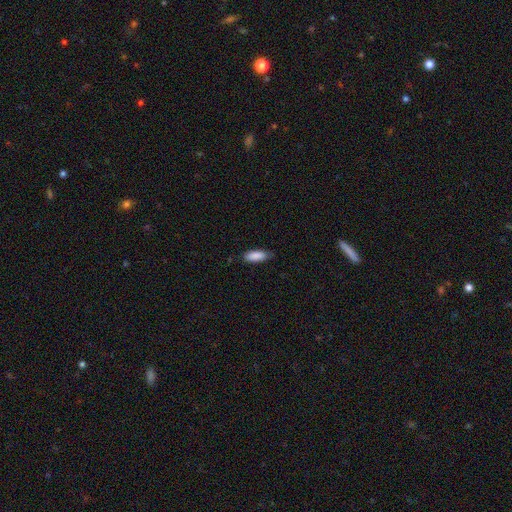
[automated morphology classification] Q: Smooth or featured?
A: smooth (88%); runner-up: star or artifact (6%)
Q: How rounded?
A: in between (71%); runner-up: cigar-shaped (28%)
Q: Merging?
A: none (77%); runner-up: minor disturbance (19%)